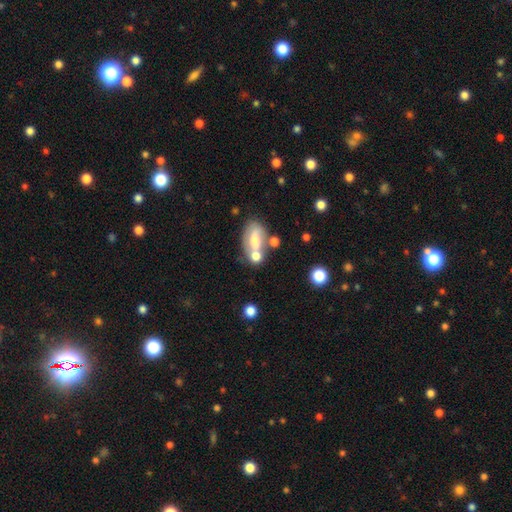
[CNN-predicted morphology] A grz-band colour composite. It shows a smooth galaxy with no disk features (55%) that is in between round and cigar-shaped (74%). Merging: merger (41%).